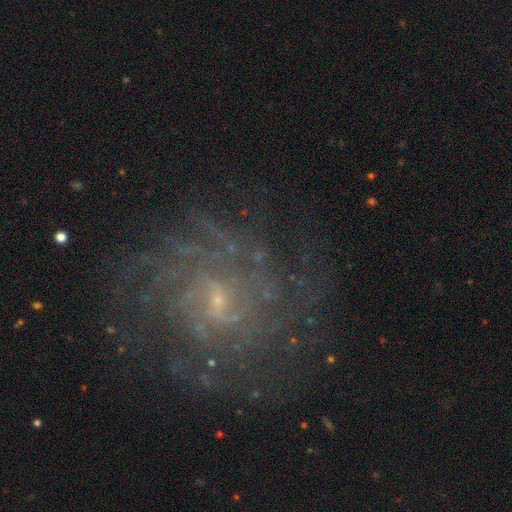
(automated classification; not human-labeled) The model was most divided on "bar": weak: 54%, no: 35%, strong: 11%. Remaining: edge-on disk — no (97%); spiral arms — yes (94%); smooth or featured — featured or disk (83%); merging — none (77%); bulge size — small (75%); spiral winding — tight (64%); spiral arm count — can't tell (41%).